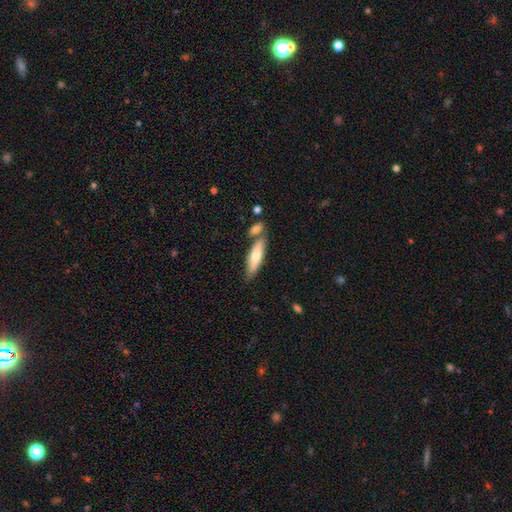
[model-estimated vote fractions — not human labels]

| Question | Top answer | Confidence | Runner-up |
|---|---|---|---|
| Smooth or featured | smooth | 62% | featured or disk (32%) |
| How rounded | cigar-shaped | 61% | in between (37%) |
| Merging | none | 65% | merger (18%) |